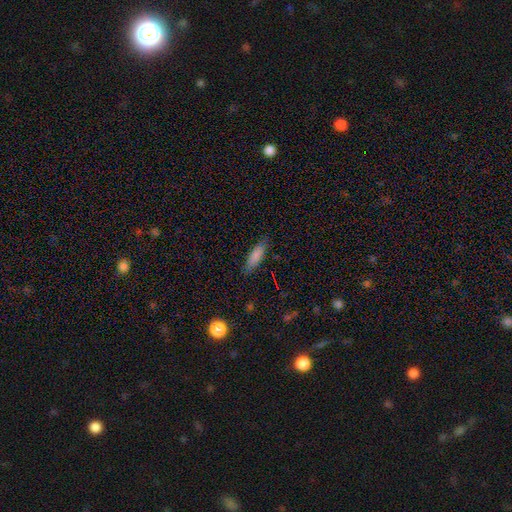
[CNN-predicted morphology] Smooth or featured: smooth — 83% (featured or disk — 9%)
How rounded: in between — 52% (cigar-shaped — 46%)
Merging: none — 81% (minor disturbance — 15%)